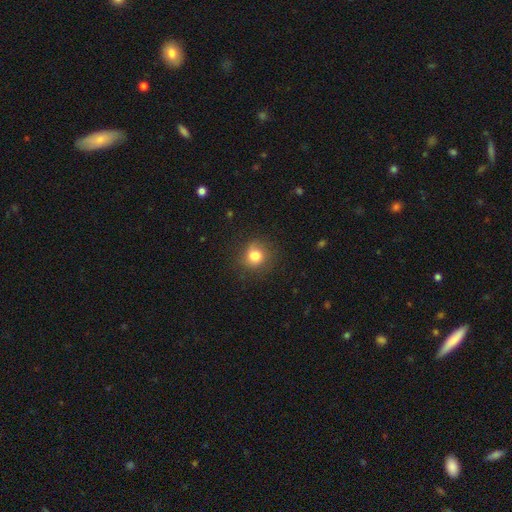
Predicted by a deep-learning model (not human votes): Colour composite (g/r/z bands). It shows a smooth galaxy with no disk features (81%) that is round (82%). Merging: none (78%).